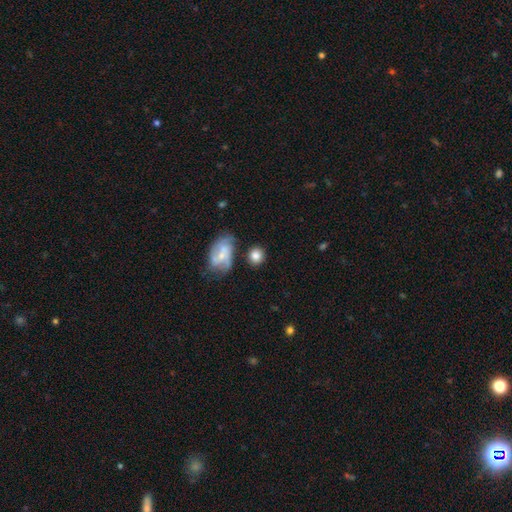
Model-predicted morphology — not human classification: This appears to be a smooth galaxy with no disk features (78%) that is round (79%). Merging: none (70%).